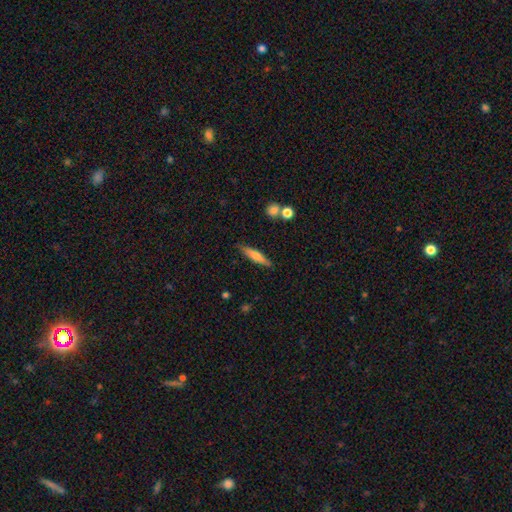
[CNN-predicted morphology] This is possibly a smooth galaxy (55%). How rounded: clearly cigar-shaped (83%). Merging: clearly none (85%).